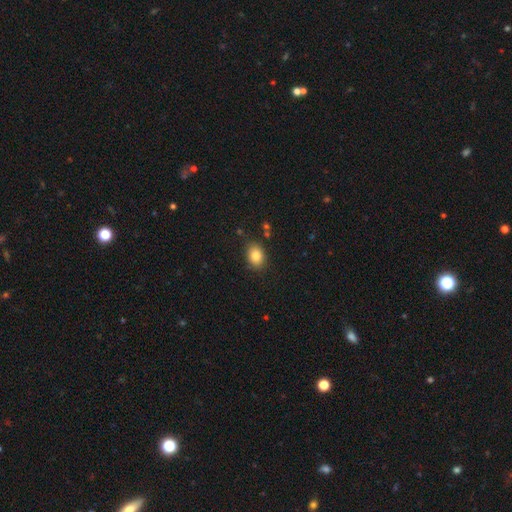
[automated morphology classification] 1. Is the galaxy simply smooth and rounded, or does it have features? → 83% smooth, 10% star or artifact, 7% featured or disk.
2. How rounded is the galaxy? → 68% in between, 31% round, 1% cigar-shaped.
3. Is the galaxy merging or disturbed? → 82% none, 12% minor disturbance, 3% major disturbance, 2% merger.